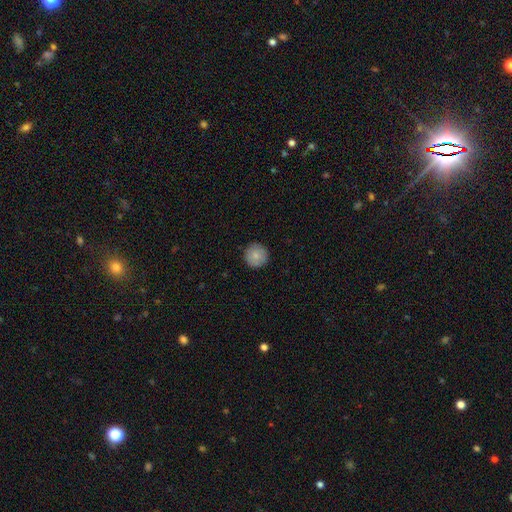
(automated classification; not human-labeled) Smooth or featured? Predicted: smooth (p=0.83). How rounded? Predicted: round (p=0.96). Merging? Predicted: none (p=0.91).